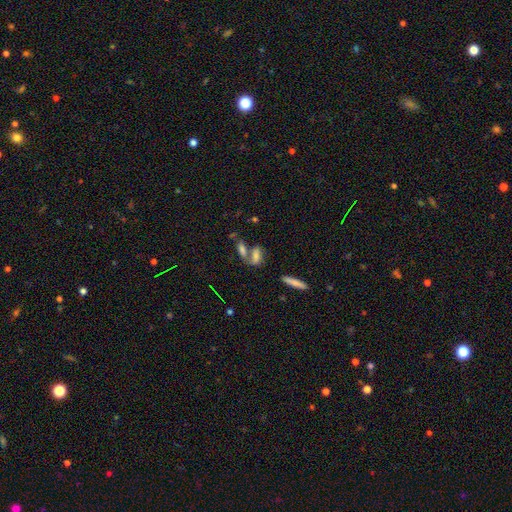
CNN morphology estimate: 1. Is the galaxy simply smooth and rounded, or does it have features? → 62% smooth, 25% featured or disk, 13% star or artifact.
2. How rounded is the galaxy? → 68% in between, 25% cigar-shaped, 7% round.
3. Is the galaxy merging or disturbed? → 44% merger, 37% none, 12% minor disturbance, 7% major disturbance.